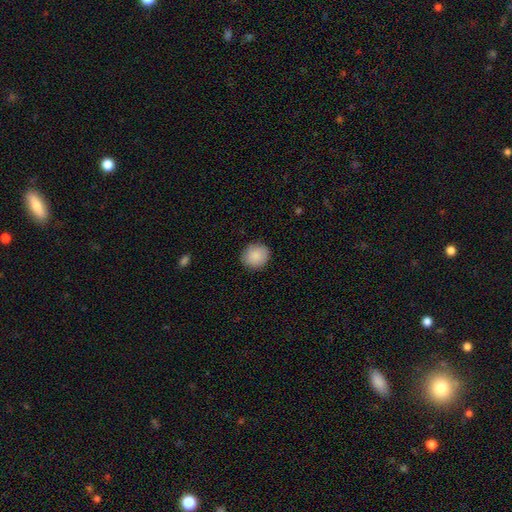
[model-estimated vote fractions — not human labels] Smooth or featured?
  - smooth: 88% *
  - star or artifact: 7%
  - featured or disk: 4%
How rounded?
  - round: 82% *
  - in between: 17%
  - cigar-shaped: 1%
Merging?
  - none: 89% *
  - minor disturbance: 8%
  - major disturbance: 2%
  - merger: 1%